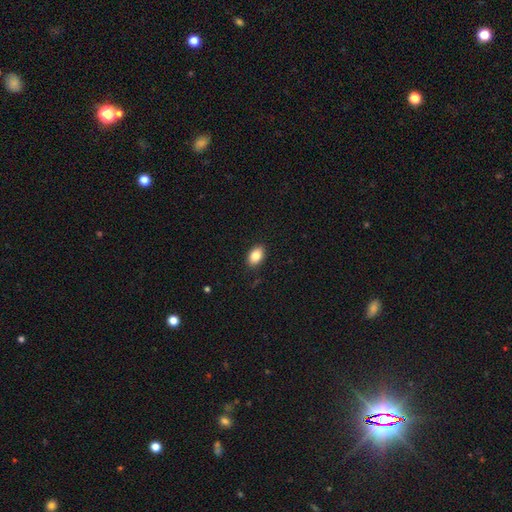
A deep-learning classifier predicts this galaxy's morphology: type=smooth (85%); roundness=in between (88%); merging=none (88%).